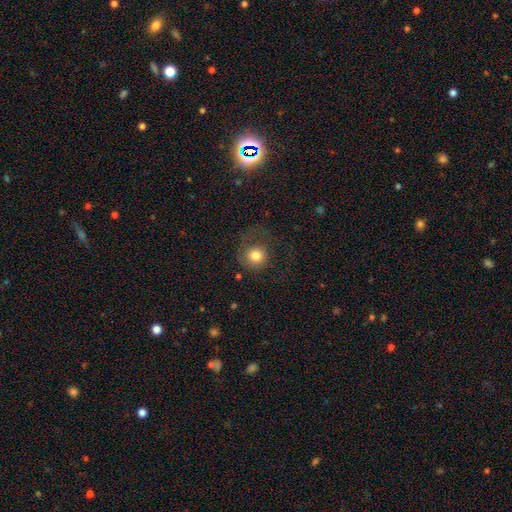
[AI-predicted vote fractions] The model was most divided on "merging": none: 53%, major disturbance: 28%, minor disturbance: 17%, merger: 2%. More confident: how rounded — round (88%); smooth or featured — smooth (73%).